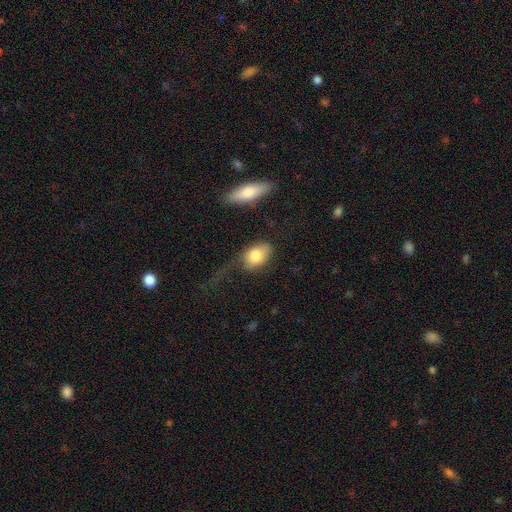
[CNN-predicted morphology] Smooth or featured: smooth — 79% (featured or disk — 14%)
How rounded: in between — 80% (round — 17%)
Merging: none — 45% (major disturbance — 25%)